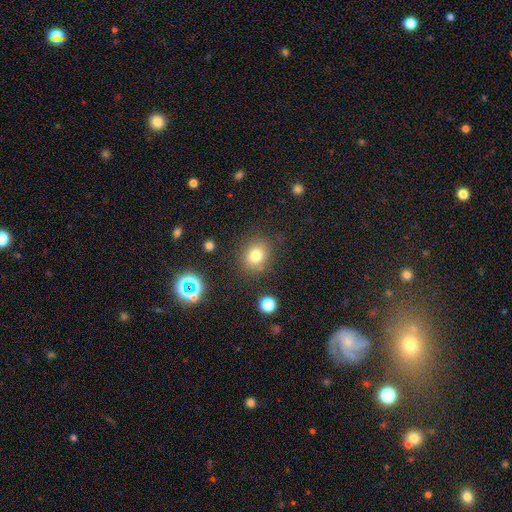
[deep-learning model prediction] A smooth galaxy with no disk features (77%) that is round (73%).

Vote fractions:
- Smooth or featured? smooth: 77% / star or artifact: 14% / featured or disk: 9%
- How rounded? round: 73% / in between: 26% / cigar-shaped: 1%
- Merging? none: 81% / minor disturbance: 11% / major disturbance: 4% / merger: 3%